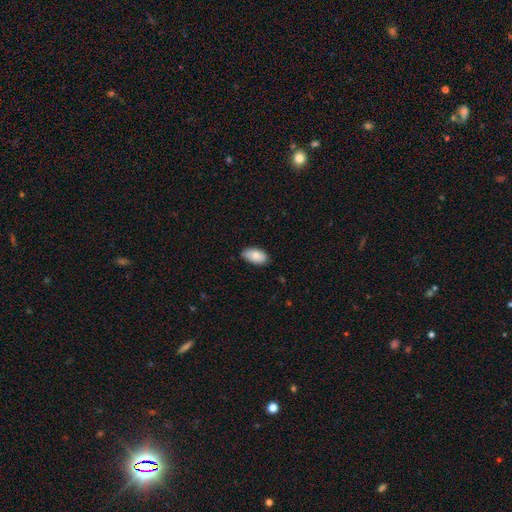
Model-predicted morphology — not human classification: Smooth or featured? smooth (82%)
How rounded? in between (95%)
Merging? none (80%)